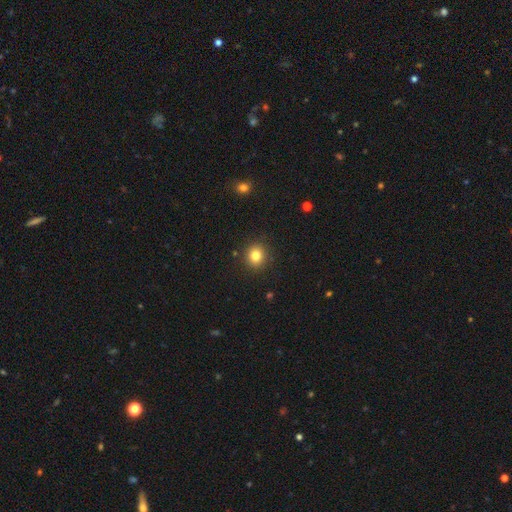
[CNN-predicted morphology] smooth_or_featured: smooth (p=0.82) [alt: star or artifact p=0.12]
how_rounded: round (p=0.86) [alt: in between p=0.13]
merging: none (p=0.90) [alt: minor disturbance p=0.06]